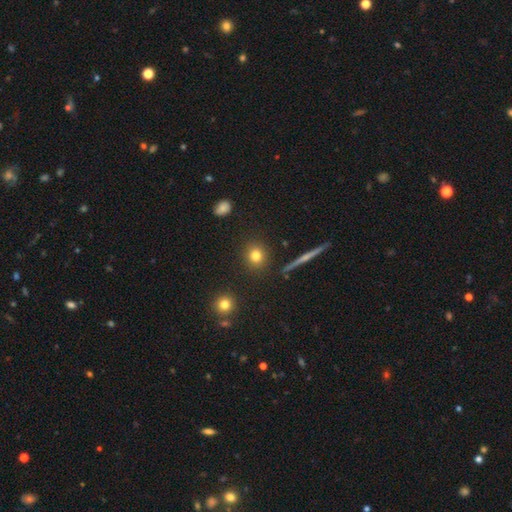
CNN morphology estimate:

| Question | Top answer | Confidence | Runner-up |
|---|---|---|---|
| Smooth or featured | smooth | 81% | star or artifact (11%) |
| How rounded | round | 85% | in between (14%) |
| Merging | none | 89% | minor disturbance (7%) |